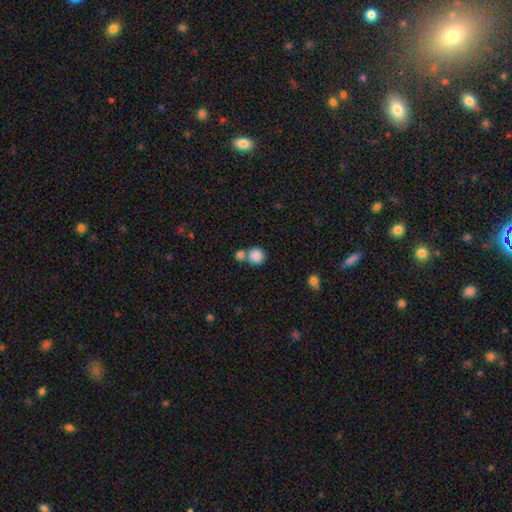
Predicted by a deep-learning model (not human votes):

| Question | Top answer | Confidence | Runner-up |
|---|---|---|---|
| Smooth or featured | smooth | 86% | star or artifact (9%) |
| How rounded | round | 90% | in between (9%) |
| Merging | none | 55% | merger (35%) |